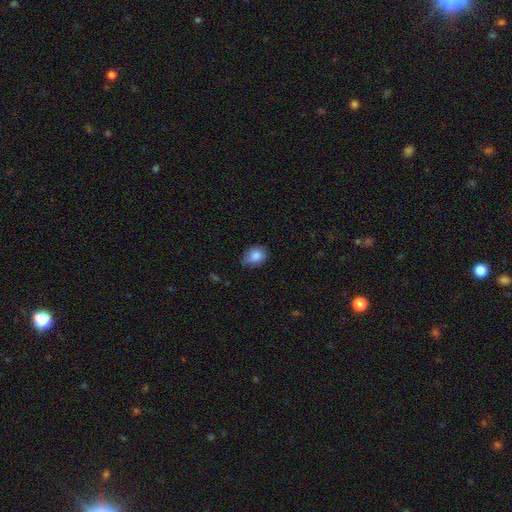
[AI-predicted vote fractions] smooth 83%, featured or disk 9%, star or artifact 8%. Down the decision tree: how rounded — in between (60%); merging — none (66%).